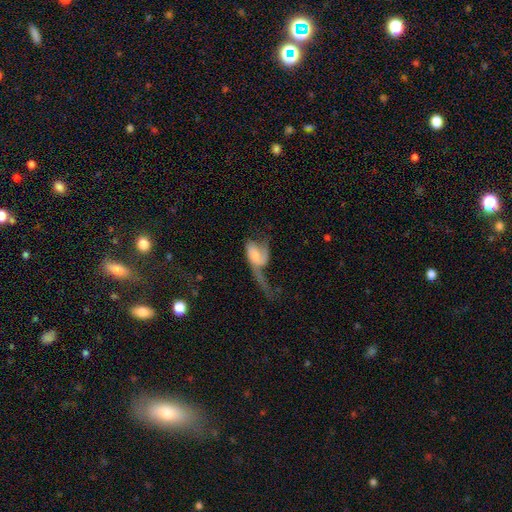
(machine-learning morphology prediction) featured or disk 63%, smooth 30%, star or artifact 7%. Down the decision tree: edge-on disk — no (95%); bar — no (57%); spiral arms — yes (78%); bulge size — moderate (37%); merging — major disturbance (60%).